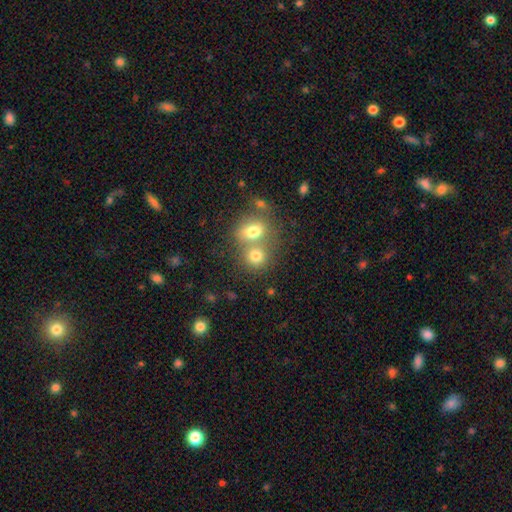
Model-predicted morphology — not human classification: A smooth galaxy with no disk features (75%) that is round (72%).

Vote fractions:
- Smooth or featured? smooth: 75% / featured or disk: 13% / star or artifact: 12%
- How rounded? round: 72% / in between: 27% / cigar-shaped: 1%
- Merging? merger: 53% / none: 37% / minor disturbance: 7% / major disturbance: 3%